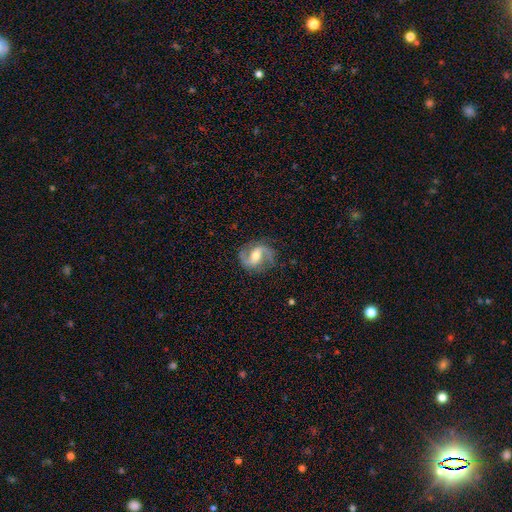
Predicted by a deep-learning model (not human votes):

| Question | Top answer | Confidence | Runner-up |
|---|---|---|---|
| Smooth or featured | featured or disk | 88% | smooth (7%) |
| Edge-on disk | no | 98% | yes (2%) |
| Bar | weak | 48% | no (29%) |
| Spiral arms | yes | 97% | no (3%) |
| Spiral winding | medium | 52% | loose (33%) |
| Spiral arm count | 2 | 93% | can't tell (2%) |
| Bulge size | moderate | 65% | small (26%) |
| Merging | none | 81% | minor disturbance (13%) |